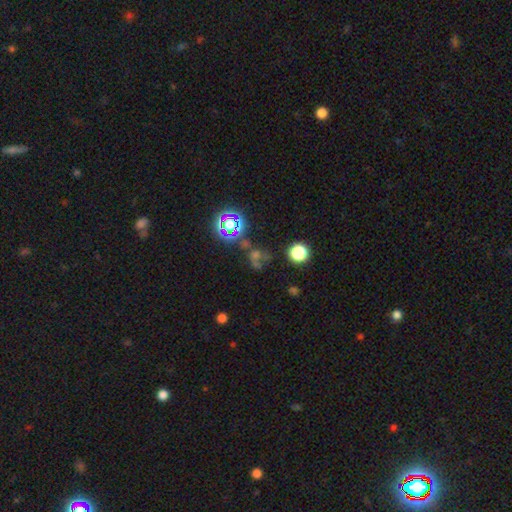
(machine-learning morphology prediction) The model was most divided on "smooth or featured": star or artifact: 47%, smooth: 34%, featured or disk: 19%.